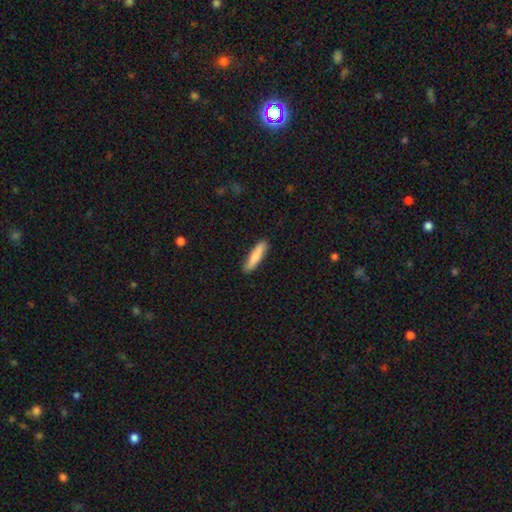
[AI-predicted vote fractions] A smooth galaxy with no disk features (80%) that is cigar-shaped (82%). Merging: none (89%).